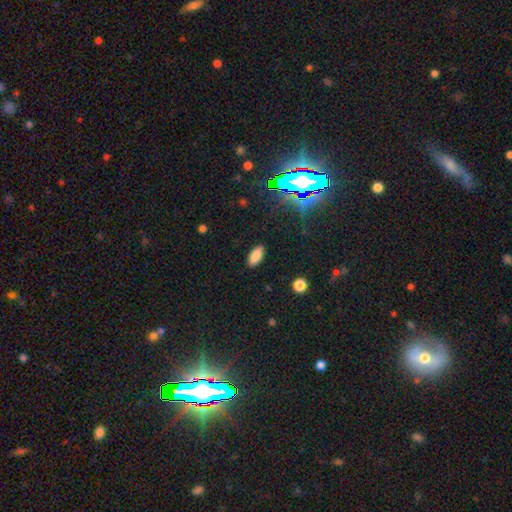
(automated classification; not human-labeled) smooth_or_featured: smooth (p=0.83) [alt: star or artifact p=0.11]
how_rounded: in between (p=0.88) [alt: cigar-shaped p=0.10]
merging: none (p=0.89) [alt: minor disturbance p=0.08]